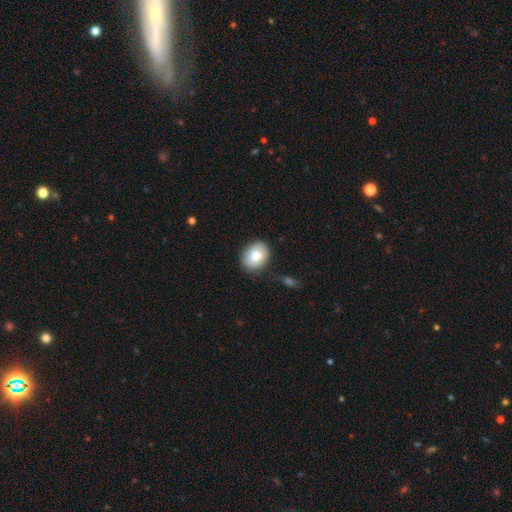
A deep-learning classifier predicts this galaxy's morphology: The model was most divided on "how rounded": round: 55%, in between: 44%, cigar-shaped: 1%. More confident: merging — none (83%); smooth or featured — smooth (78%).